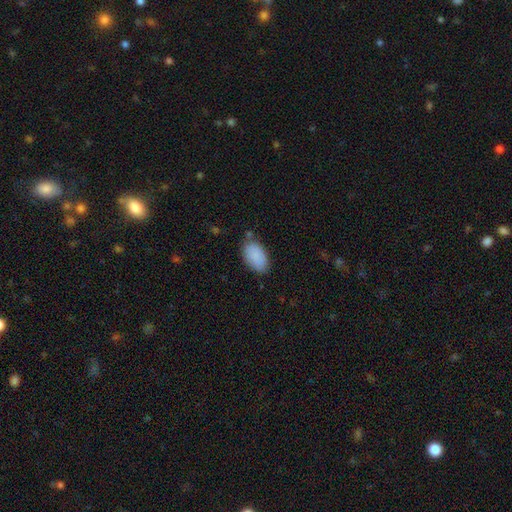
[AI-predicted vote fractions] Q: Smooth or featured?
A: smooth (89%); runner-up: star or artifact (6%)
Q: How rounded?
A: in between (94%); runner-up: round (4%)
Q: Merging?
A: none (75%); runner-up: minor disturbance (18%)